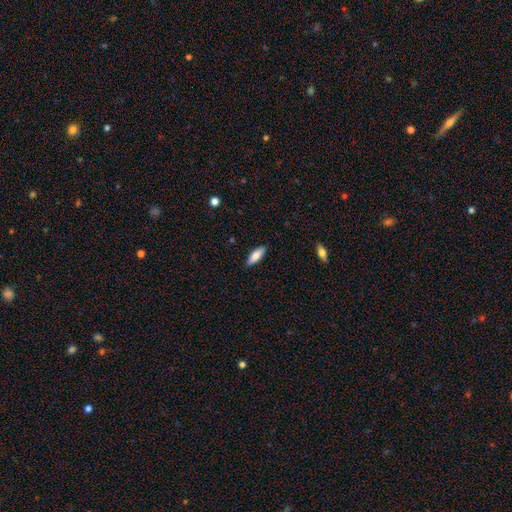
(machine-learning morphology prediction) Smooth or featured? Predicted: smooth (p=0.82). How rounded? Predicted: in between (p=0.62). Merging? Predicted: none (p=0.89).